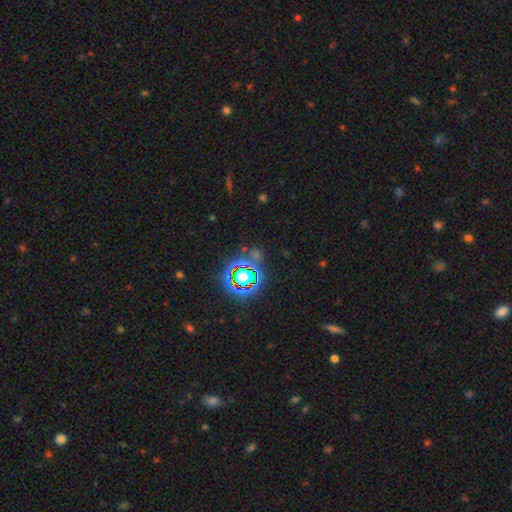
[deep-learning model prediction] Overall: star or artifact (71%).